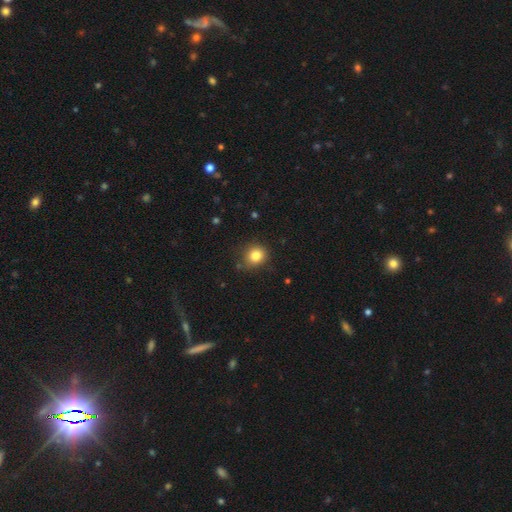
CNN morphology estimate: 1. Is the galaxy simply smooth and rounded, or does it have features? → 82% smooth, 12% star or artifact, 6% featured or disk.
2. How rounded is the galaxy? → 77% round, 22% in between, 1% cigar-shaped.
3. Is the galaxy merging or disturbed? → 80% none, 14% minor disturbance, 3% major disturbance, 2% merger.